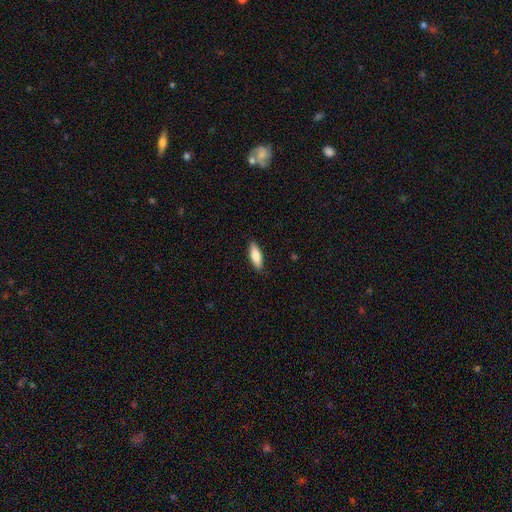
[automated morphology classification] A smooth galaxy with no disk features (81%) that is in between round and cigar-shaped (56%). Merging: none (87%).